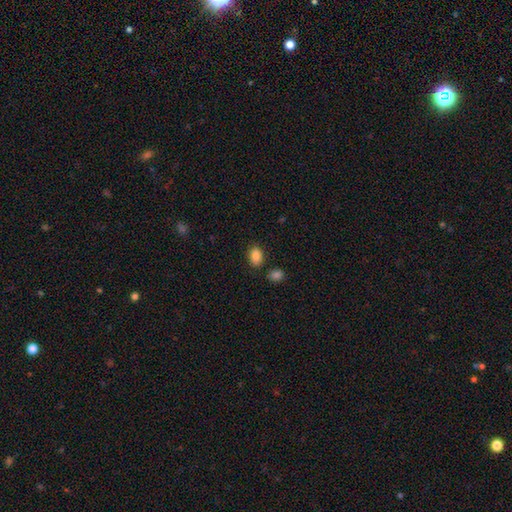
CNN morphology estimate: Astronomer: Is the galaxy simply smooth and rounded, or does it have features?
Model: smooth — 86%.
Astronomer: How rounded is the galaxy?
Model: in between — 82%.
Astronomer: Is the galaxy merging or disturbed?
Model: none — 81%.